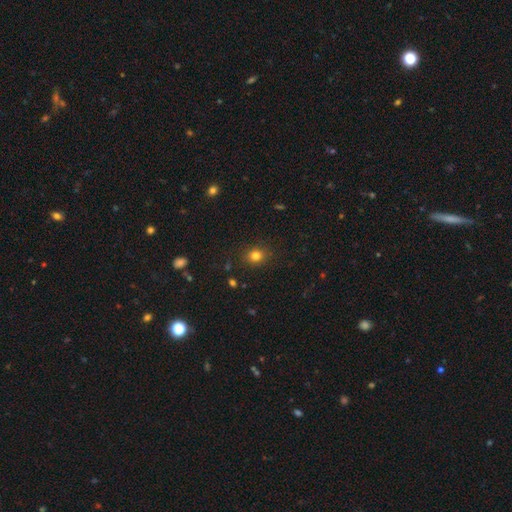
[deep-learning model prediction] Smooth or featured?
  - smooth: 81% *
  - star or artifact: 13%
  - featured or disk: 6%
How rounded?
  - round: 68% *
  - in between: 31%
  - cigar-shaped: 1%
Merging?
  - none: 87% *
  - minor disturbance: 9%
  - major disturbance: 3%
  - merger: 1%